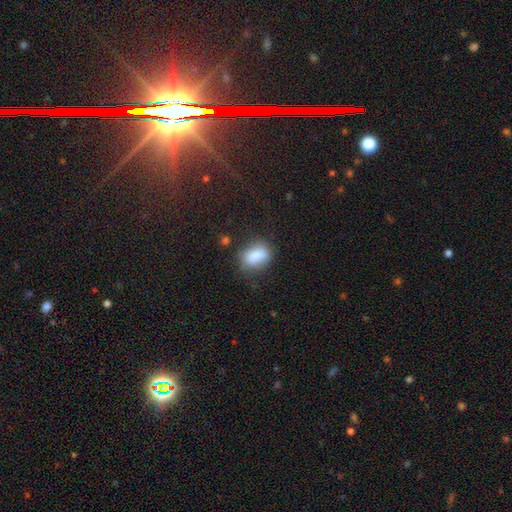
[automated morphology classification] smooth_or_featured: smooth (p=0.82) [alt: featured or disk p=0.09]
how_rounded: in between (p=0.74) [alt: round p=0.23]
merging: none (p=0.66) [alt: minor disturbance p=0.23]